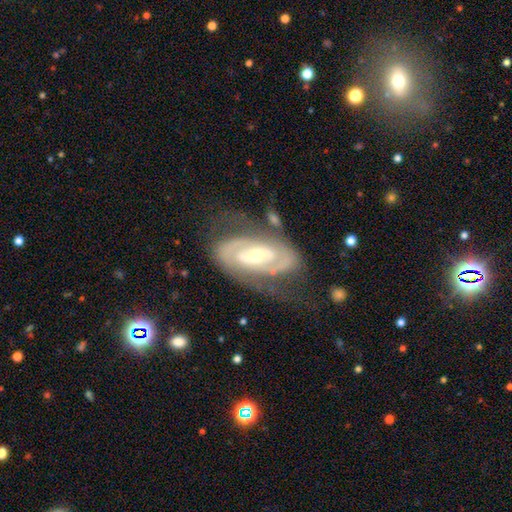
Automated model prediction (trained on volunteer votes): Smooth or featured? Predicted: featured or disk (p=0.86). Edge-on disk? Predicted: no (p=0.94). Bar? Predicted: weak (p=0.37). Spiral arms? Predicted: yes (p=0.89). Spiral winding? Predicted: tight (p=0.51). Spiral arm count? Predicted: 2 (p=0.74). Bulge size? Predicted: moderate (p=0.48, tied with small). Merging? Predicted: none (p=0.63).